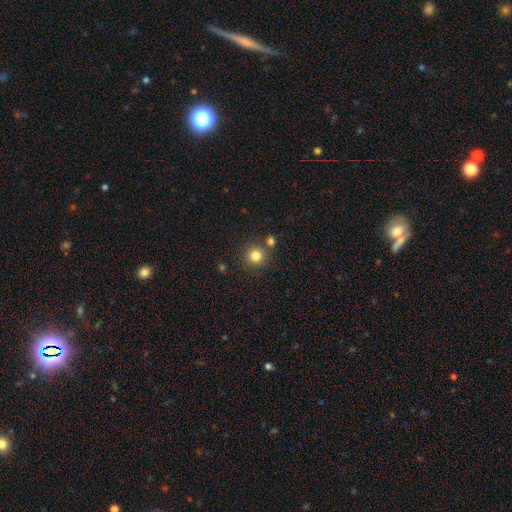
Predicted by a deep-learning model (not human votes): Overall: smooth (82%). How rounded: round (93%). Merging: none (78%).